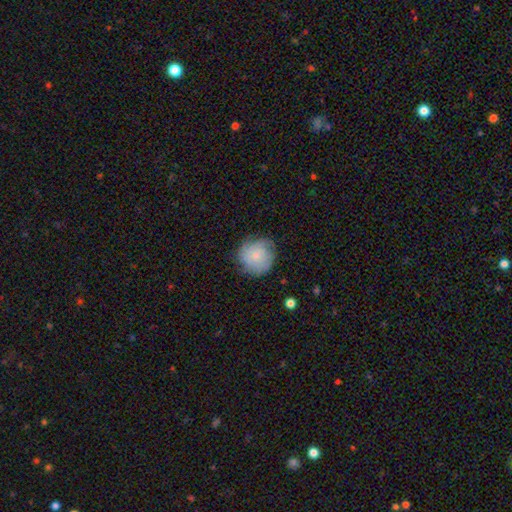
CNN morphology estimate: Smooth or featured? smooth (49%)
Merging? none (71%)